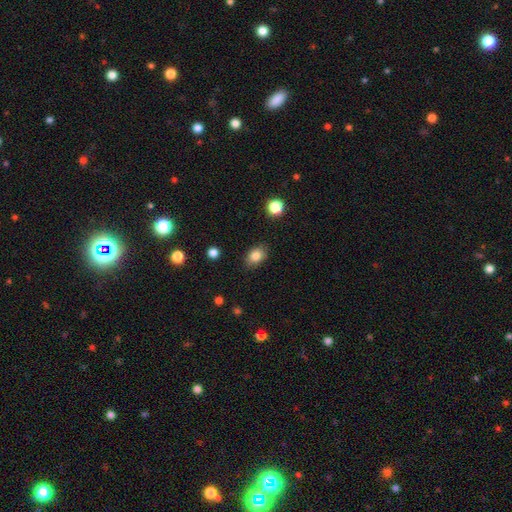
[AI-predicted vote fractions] smooth-or-featured: smooth: 83% | star or artifact: 9% | featured or disk: 8%
  how-rounded: in between: 78% | round: 21% | cigar-shaped: 1%
  merging: none: 84% | minor disturbance: 12% | major disturbance: 3% | merger: 1%